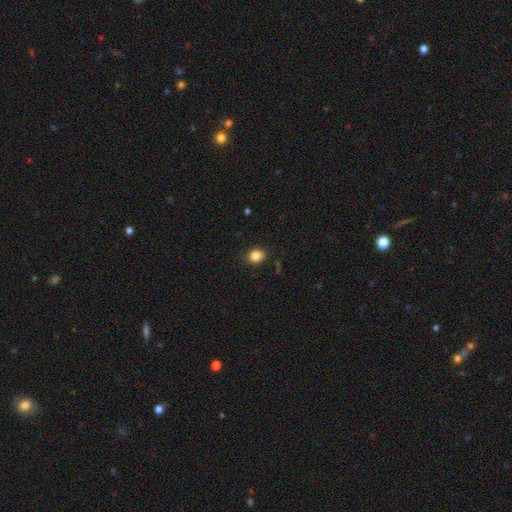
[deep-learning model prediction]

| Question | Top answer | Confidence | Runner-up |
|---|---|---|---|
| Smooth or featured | smooth | 85% | star or artifact (10%) |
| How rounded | round | 53% | in between (46%) |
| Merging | none | 84% | minor disturbance (12%) |